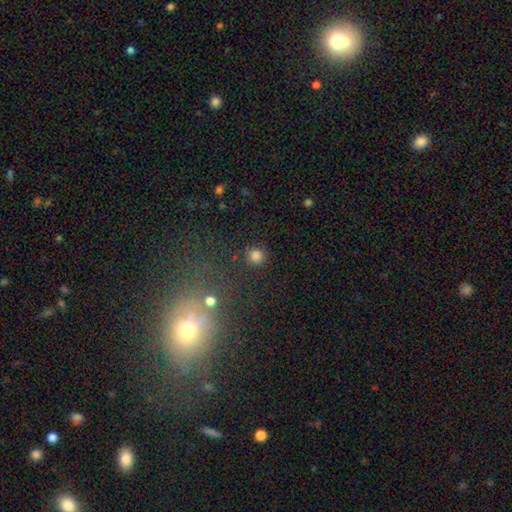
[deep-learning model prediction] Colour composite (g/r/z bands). It shows a smooth galaxy with no disk features (82%) that is round (95%). Merging: none (90%).